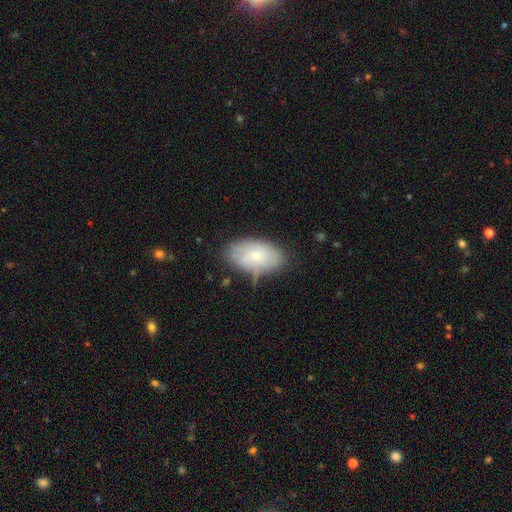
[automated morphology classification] smooth 61%, featured or disk 32%, star or artifact 7%. Down the decision tree: how rounded — in between (93%); merging — none (68%).